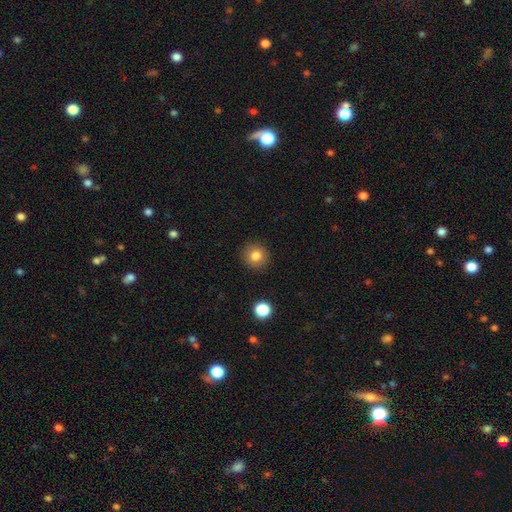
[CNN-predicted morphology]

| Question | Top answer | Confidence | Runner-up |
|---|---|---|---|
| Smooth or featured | smooth | 82% | star or artifact (11%) |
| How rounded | round | 93% | in between (6%) |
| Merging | none | 91% | minor disturbance (6%) |